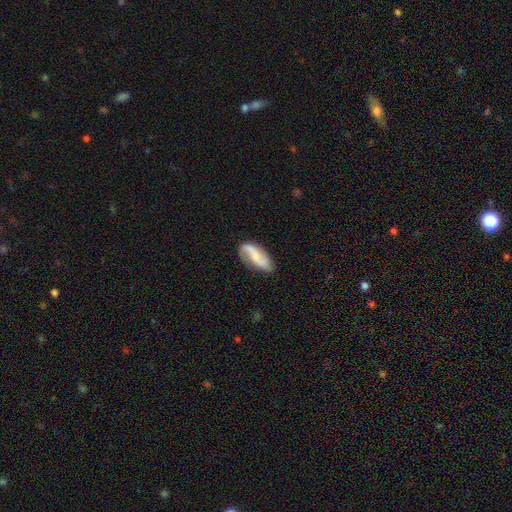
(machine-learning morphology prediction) type=featured or disk (57%); edge-on=no (93%); bar=no (45%); spiral arms=yes (91%); bulge=small (40%); merging=none (69%).